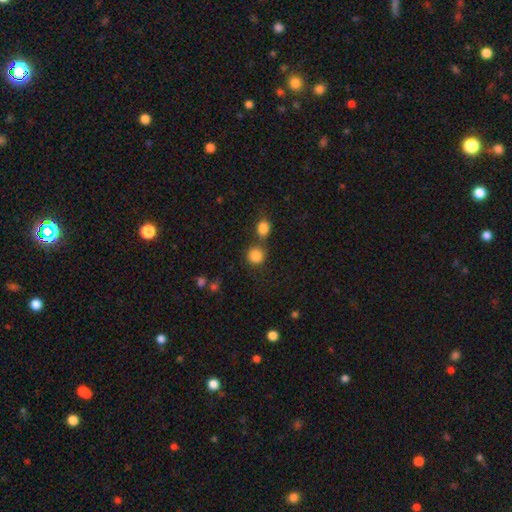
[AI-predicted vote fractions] A smooth galaxy with no disk features (85%) that is round (89%).

Vote fractions:
- Smooth or featured? smooth: 85% / star or artifact: 10% / featured or disk: 5%
- How rounded? round: 89% / in between: 10% / cigar-shaped: 1%
- Merging? none: 59% / merger: 29% / minor disturbance: 9% / major disturbance: 4%